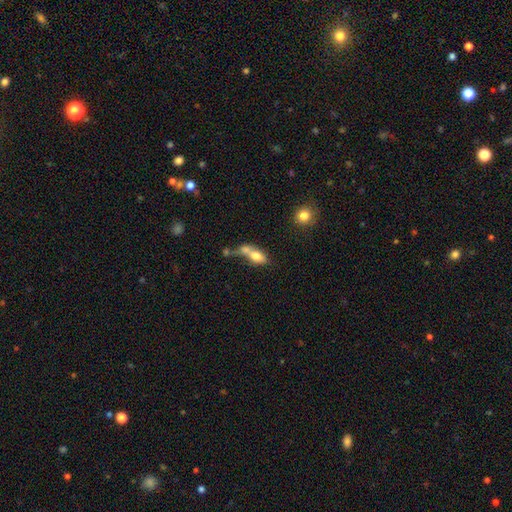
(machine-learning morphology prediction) smooth_or_featured: smooth (p=0.69) [alt: featured or disk p=0.22]
how_rounded: in between (p=0.77) [alt: cigar-shaped p=0.12]
merging: merger (p=0.54) [alt: none p=0.22]